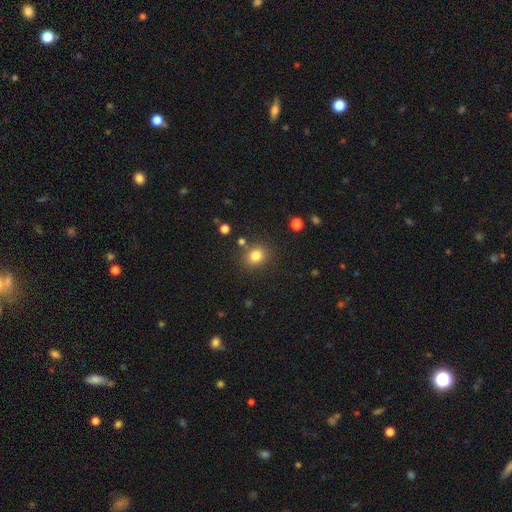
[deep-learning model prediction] smooth_or_featured: smooth (p=0.80) [alt: star or artifact p=0.13]
how_rounded: round (p=0.70) [alt: in between p=0.29]
merging: none (p=0.81) [alt: minor disturbance p=0.10]